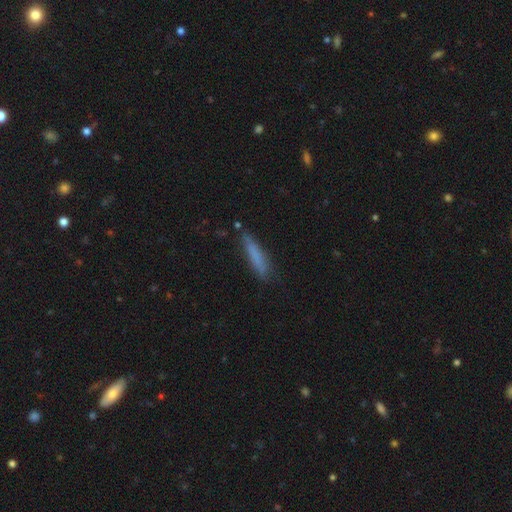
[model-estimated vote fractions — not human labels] Morphology: type=smooth (75%); roundness=cigar-shaped (90%); merging=none (79%).